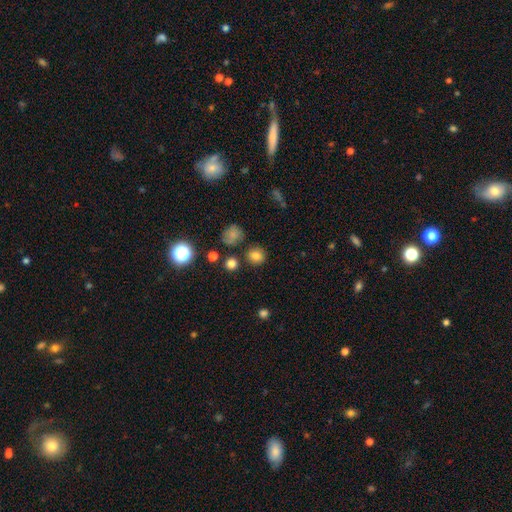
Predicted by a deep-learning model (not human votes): smooth_or_featured: smooth (p=0.79) [alt: star or artifact p=0.15]
how_rounded: round (p=0.88) [alt: in between p=0.11]
merging: none (p=0.82) [alt: minor disturbance p=0.09]